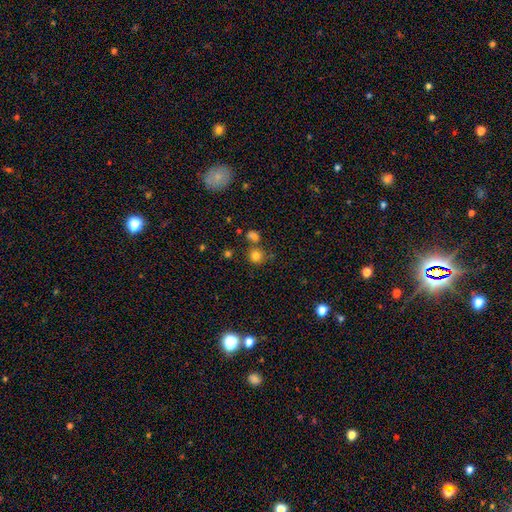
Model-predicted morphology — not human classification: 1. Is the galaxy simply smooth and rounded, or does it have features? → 79% smooth, 15% star or artifact, 6% featured or disk.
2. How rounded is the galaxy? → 90% round, 9% in between, 1% cigar-shaped.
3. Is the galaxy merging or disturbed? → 70% none, 16% merger, 10% minor disturbance, 4% major disturbance.